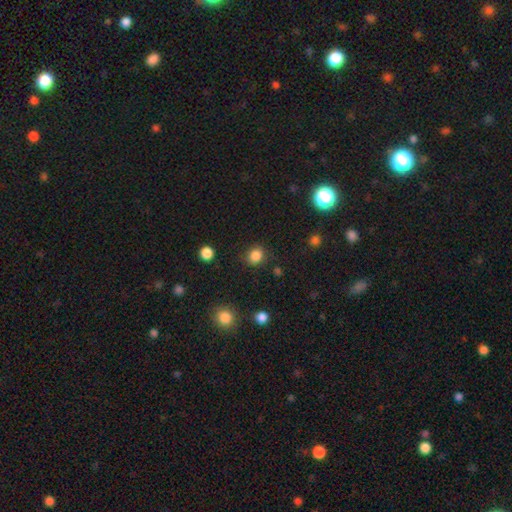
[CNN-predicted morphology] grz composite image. It shows a smooth galaxy with no disk features (84%) that is round (71%). Merging: none (84%).